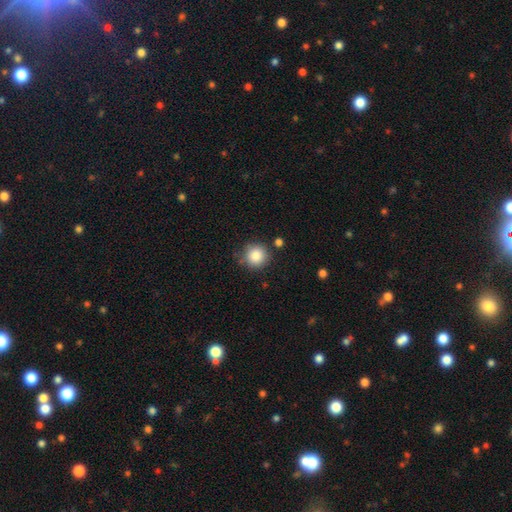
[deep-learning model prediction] The model was most divided on "merging": none: 81%, minor disturbance: 12%, merger: 4%, major disturbance: 3%. More confident: how rounded — round (93%); smooth or featured — smooth (86%).